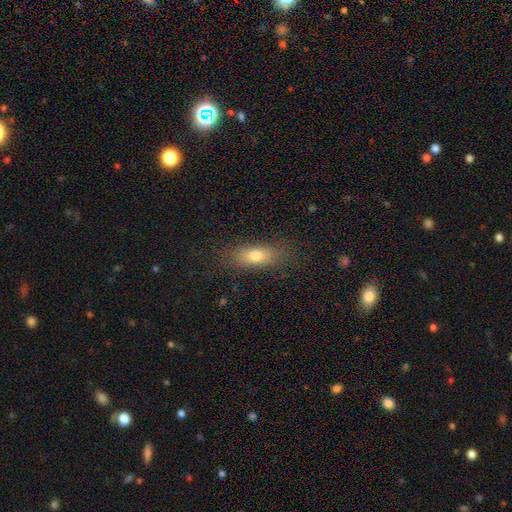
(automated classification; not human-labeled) A smooth galaxy with no disk features (73%) that is in between round and cigar-shaped (68%). Merging: none (80%).